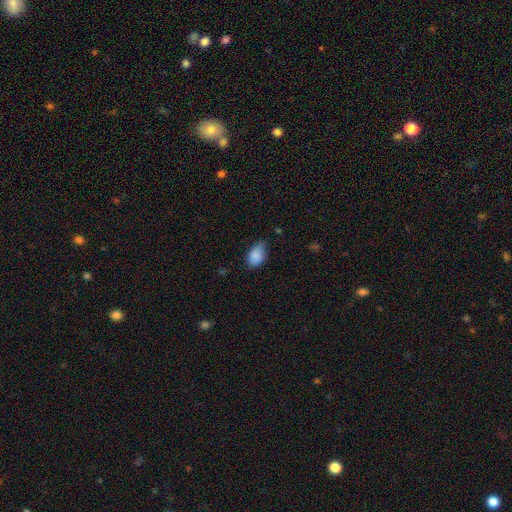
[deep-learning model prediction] This is clearly a smooth galaxy (88%). How rounded: clearly in between (87%). Merging: likely none (62%).